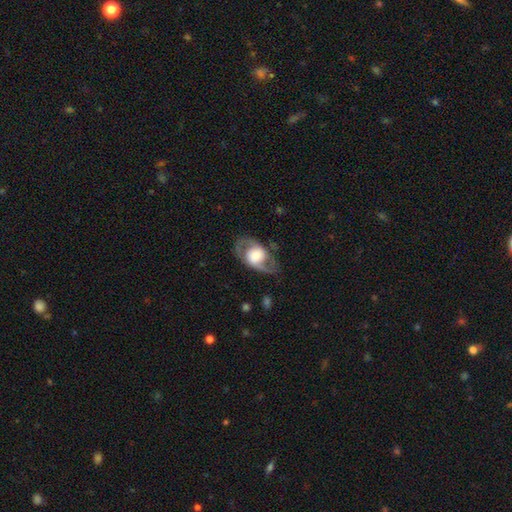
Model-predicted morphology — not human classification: smooth-or-featured: featured or disk: 70% | smooth: 24% | star or artifact: 5%
  disk-edge-on: no: 93% | yes: 7%
    bar: no: 66% | weak: 24% | strong: 10%
    has-spiral-arms: yes: 71% | no: 29%
    bulge-size: large: 39% (tied) | moderate: 39% (tied) | small: 13% | dominant: 7% | none: 2%
  merging: none: 75% | minor disturbance: 14% | major disturbance: 11% | merger: 1%